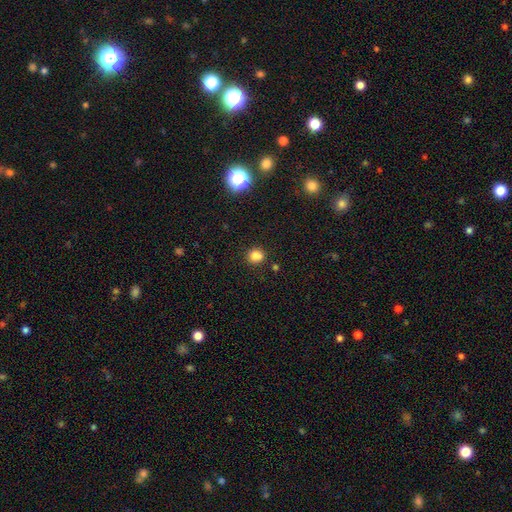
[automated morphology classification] Smooth or featured? smooth (81%)
How rounded? round (77%)
Merging? none (76%)